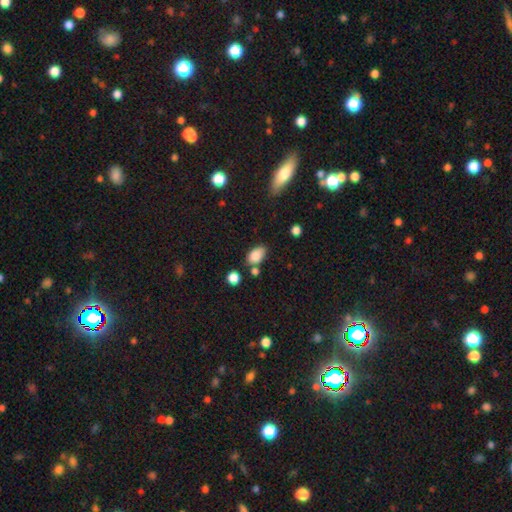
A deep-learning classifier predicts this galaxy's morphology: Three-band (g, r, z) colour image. It shows a smooth galaxy with no disk features (85%) that is in between round and cigar-shaped (89%). Merging: none (65%).